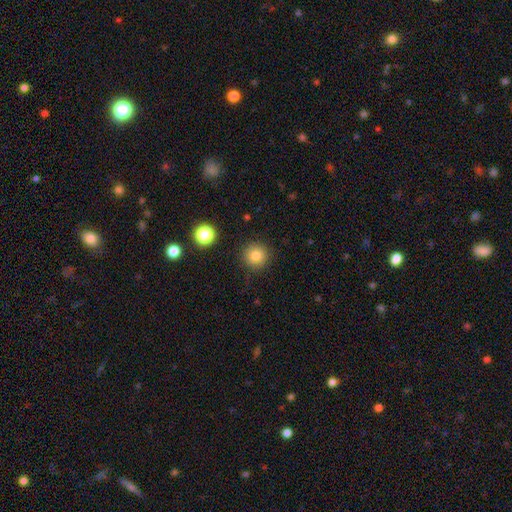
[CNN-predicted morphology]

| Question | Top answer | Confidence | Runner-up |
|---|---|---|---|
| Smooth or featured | smooth | 80% | star or artifact (12%) |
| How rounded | round | 95% | in between (4%) |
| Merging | none | 88% | minor disturbance (8%) |